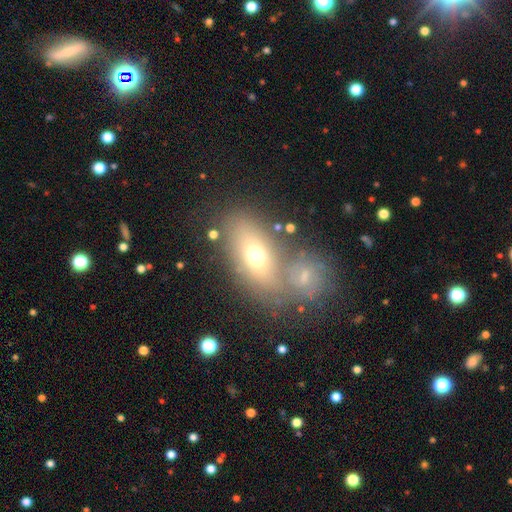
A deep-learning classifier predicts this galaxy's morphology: smooth_or_featured: smooth (p=0.62) [alt: featured or disk p=0.27]
how_rounded: in between (p=0.80) [alt: round p=0.13]
merging: none (p=0.47) [alt: merger p=0.36]